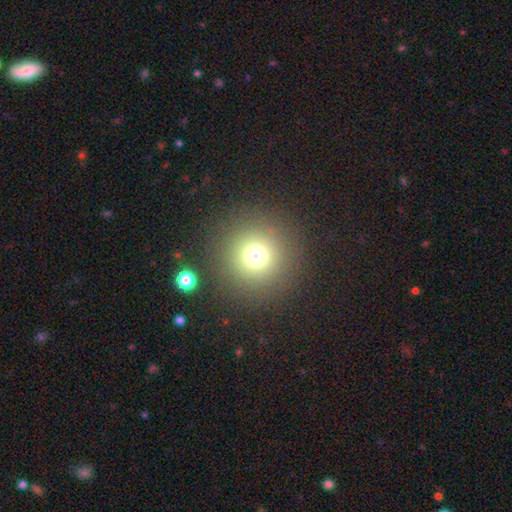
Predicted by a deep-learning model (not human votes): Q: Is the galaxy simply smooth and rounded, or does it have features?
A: smooth — 72%.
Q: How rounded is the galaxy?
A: round — 96%.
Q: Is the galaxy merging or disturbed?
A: none — 88%.